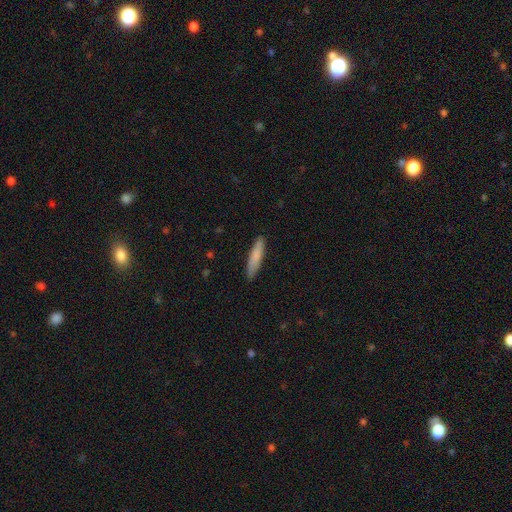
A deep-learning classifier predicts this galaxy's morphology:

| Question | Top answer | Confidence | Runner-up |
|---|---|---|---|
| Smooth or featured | smooth | 81% | featured or disk (13%) |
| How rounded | cigar-shaped | 87% | in between (12%) |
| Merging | none | 88% | minor disturbance (10%) |